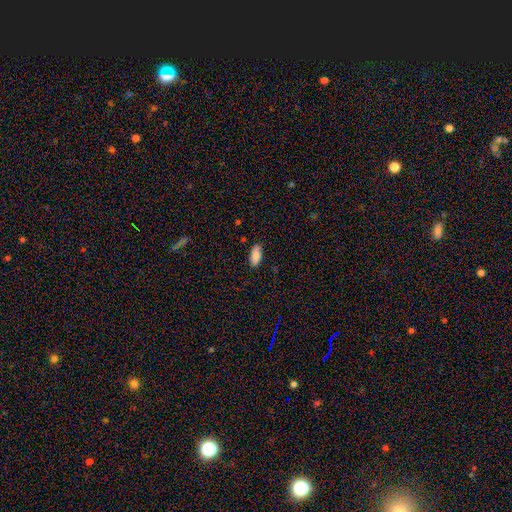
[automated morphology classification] Smooth or featured?
  - smooth: 87% *
  - star or artifact: 7%
  - featured or disk: 6%
How rounded?
  - in between: 89% *
  - cigar-shaped: 9%
  - round: 2%
Merging?
  - none: 85% *
  - minor disturbance: 11%
  - major disturbance: 2%
  - merger: 1%